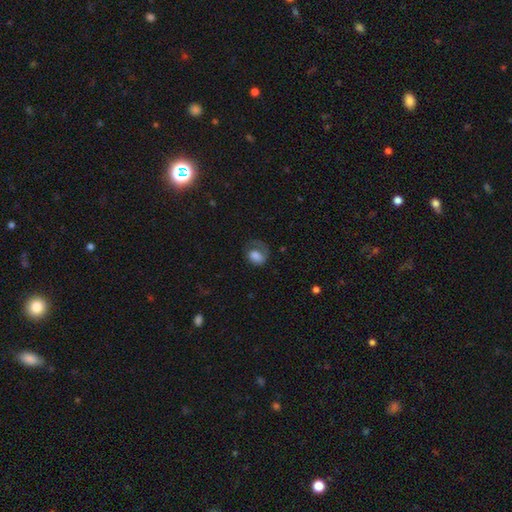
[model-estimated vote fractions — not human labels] The model was most divided on "merging": major disturbance: 39%, none: 37%, minor disturbance: 22%, merger: 2%. More confident: smooth or featured — smooth (59%); how rounded — in between (57%).